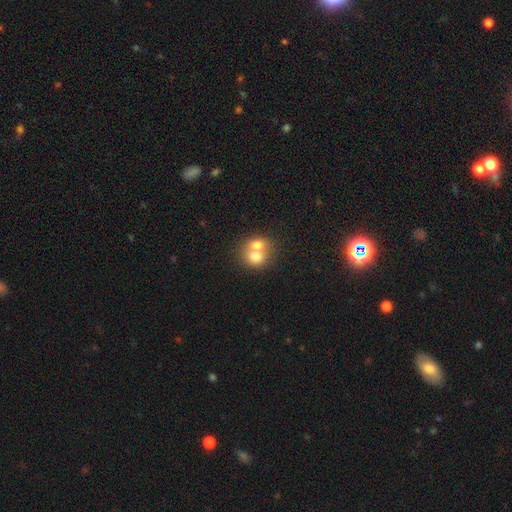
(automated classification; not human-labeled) Morphology: type=smooth (70%); roundness=round (66%); merging=merger (70%).